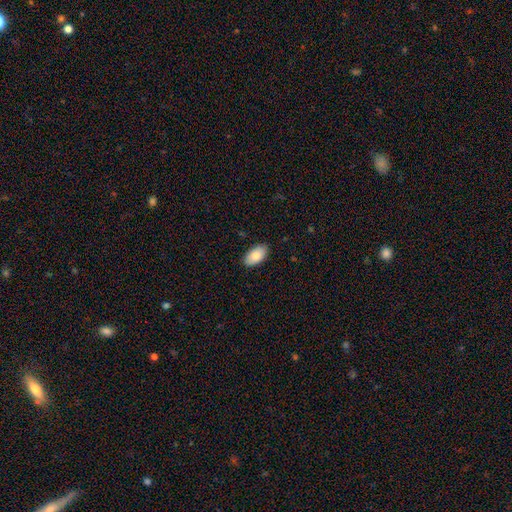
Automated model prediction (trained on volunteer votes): Smooth or featured?
  - smooth: 84% *
  - featured or disk: 10%
  - star or artifact: 6%
How rounded?
  - in between: 95% *
  - round: 3%
  - cigar-shaped: 2%
Merging?
  - none: 87% *
  - minor disturbance: 10%
  - major disturbance: 2%
  - merger: 1%